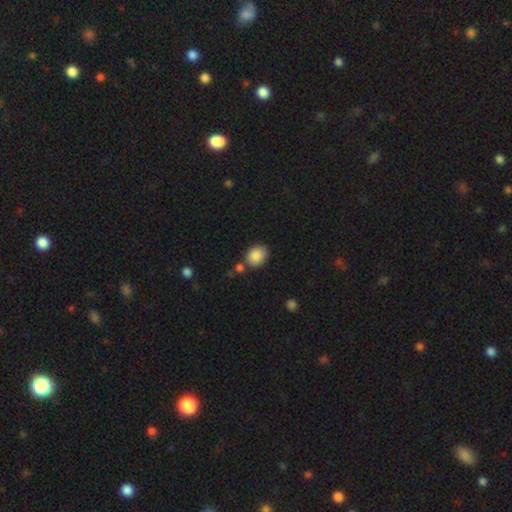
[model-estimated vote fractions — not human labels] A smooth galaxy with no disk features (87%) that is round (51%). Merging: none (71%).